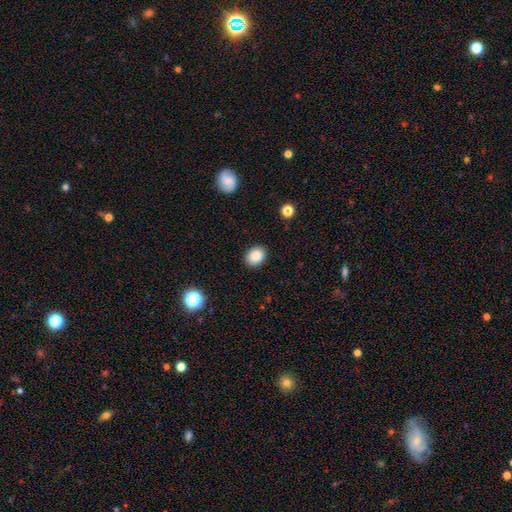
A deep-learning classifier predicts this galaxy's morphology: Smooth or featured? smooth (87%)
How rounded? in between (58%)
Merging? none (89%)